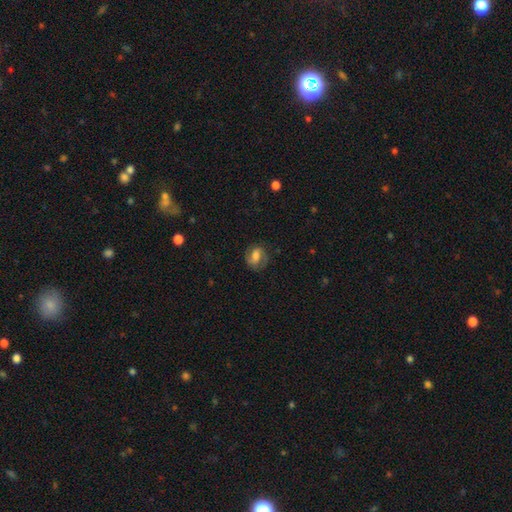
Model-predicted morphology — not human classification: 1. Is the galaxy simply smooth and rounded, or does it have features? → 49% featured or disk, 42% smooth, 9% star or artifact.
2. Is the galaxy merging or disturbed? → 72% none, 18% minor disturbance, 9% major disturbance, 1% merger.